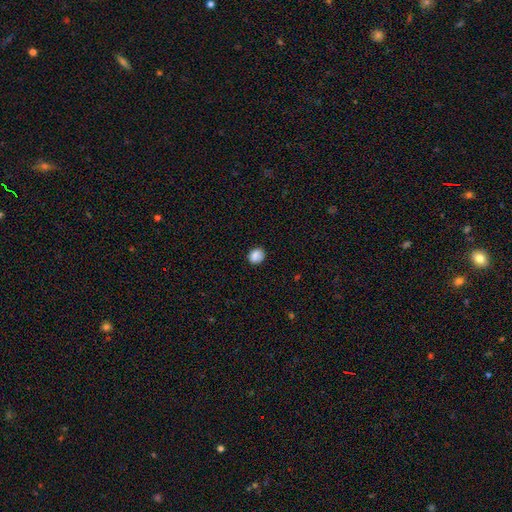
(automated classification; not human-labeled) Smooth or featured? smooth (86%)
How rounded? round (67%)
Merging? none (83%)